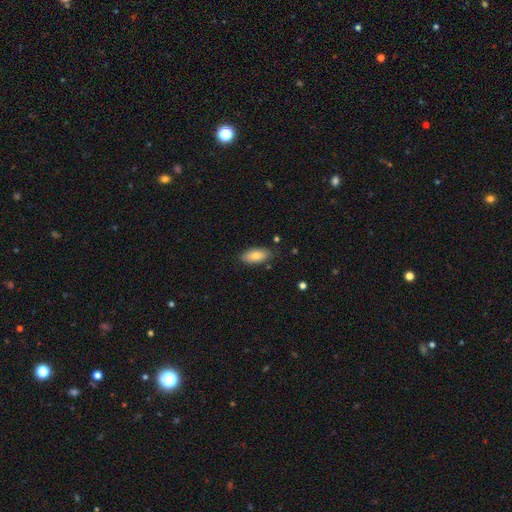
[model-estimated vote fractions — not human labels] smooth_or_featured: smooth (p=0.82) [alt: featured or disk p=0.11]
how_rounded: in between (p=0.90) [alt: cigar-shaped p=0.08]
merging: none (p=0.83) [alt: minor disturbance p=0.13]